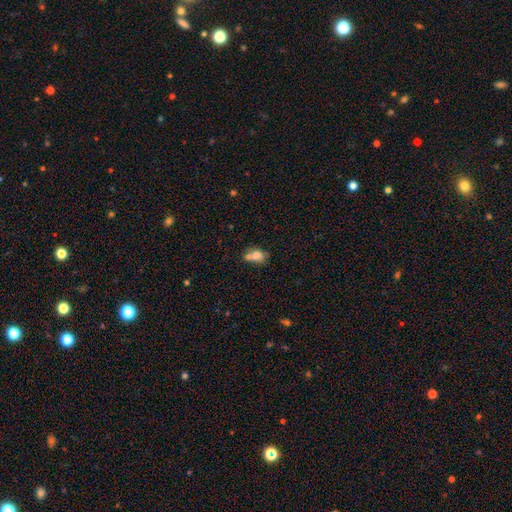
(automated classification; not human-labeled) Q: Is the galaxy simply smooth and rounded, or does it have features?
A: smooth — 70%.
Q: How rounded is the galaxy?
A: in between — 69%.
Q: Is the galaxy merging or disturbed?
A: merger — 46%.